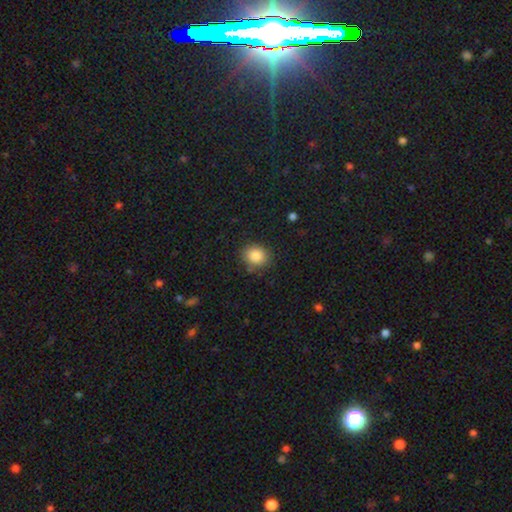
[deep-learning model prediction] Smooth or featured? Predicted: smooth (p=0.86). How rounded? Predicted: round (p=0.68). Merging? Predicted: none (p=0.83).